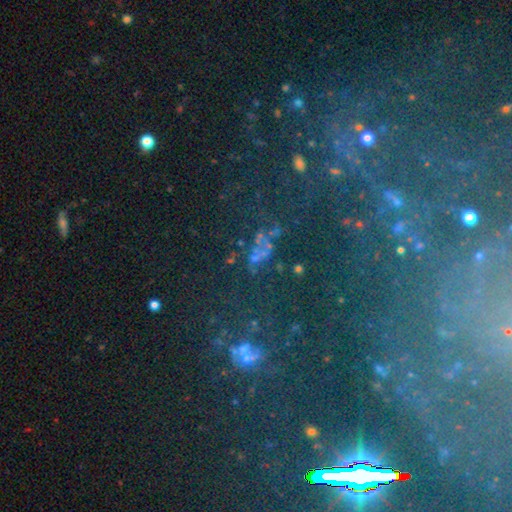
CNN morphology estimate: This is likely a star or artifact rather than a galaxy (62%).